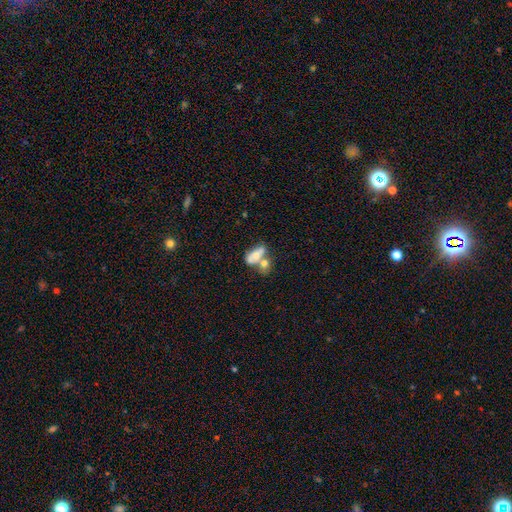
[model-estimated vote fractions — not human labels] Smooth or featured? Predicted: smooth (p=0.57). How rounded? Predicted: in between (p=0.80). Merging? Predicted: merger (p=0.63).